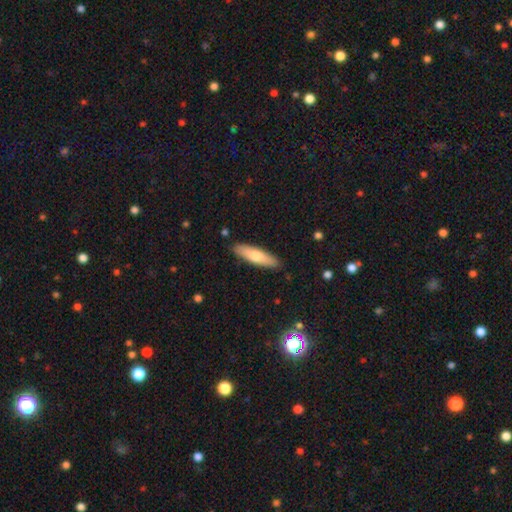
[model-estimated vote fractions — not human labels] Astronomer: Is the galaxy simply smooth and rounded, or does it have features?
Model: smooth — 67%.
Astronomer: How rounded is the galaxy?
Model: cigar-shaped — 66%.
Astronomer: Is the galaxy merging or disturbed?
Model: none — 89%.